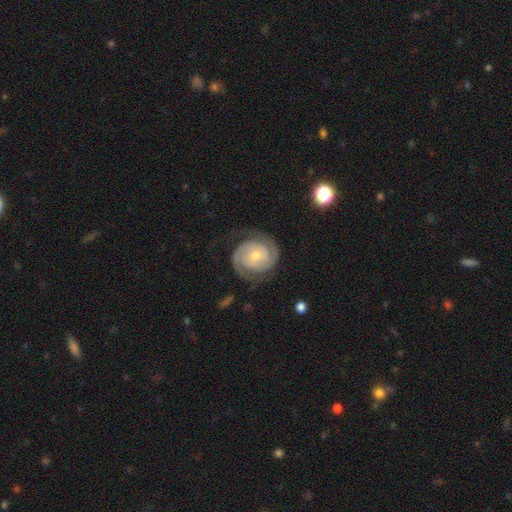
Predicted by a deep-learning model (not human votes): Smooth or featured: featured or disk — 89% (smooth — 6%)
Edge-on disk: no — 98% (yes — 2%)
Bar: no — 62% (weak — 29%)
Spiral arms: yes — 98% (no — 2%)
Spiral winding: tight — 64% (medium — 29%)
Spiral arm count: 2 — 89% (can't tell — 4%)
Bulge size: small — 51% (moderate — 44%)
Merging: none — 78% (minor disturbance — 14%)